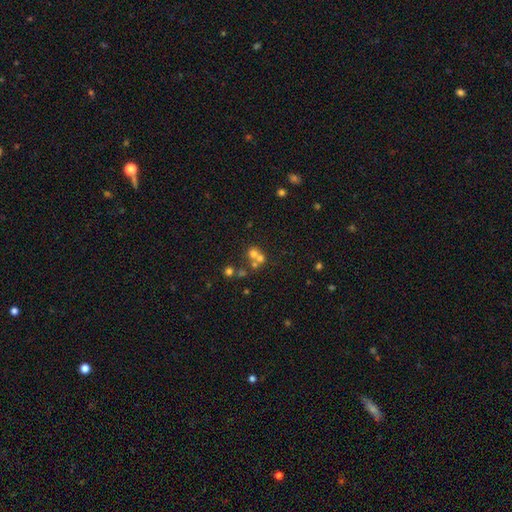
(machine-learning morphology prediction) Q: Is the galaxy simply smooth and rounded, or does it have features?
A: smooth — 58%.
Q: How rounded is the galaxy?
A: round — 84%.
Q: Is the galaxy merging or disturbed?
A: merger — 51%.